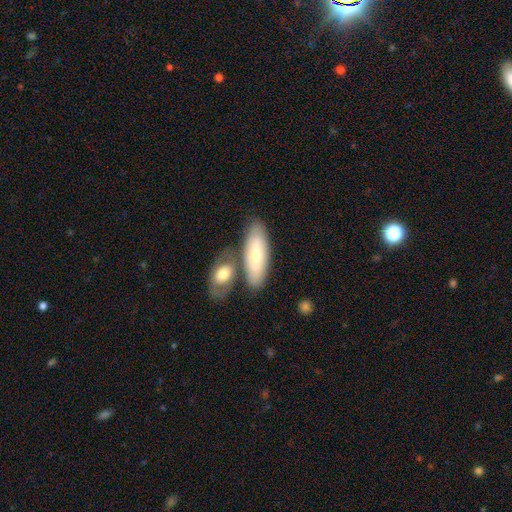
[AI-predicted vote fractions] Smooth or featured?
  - smooth: 58% *
  - featured or disk: 36%
  - star or artifact: 5%
How rounded?
  - in between: 65% *
  - cigar-shaped: 33%
  - round: 2%
Merging?
  - none: 62% *
  - merger: 23%
  - minor disturbance: 12%
  - major disturbance: 3%